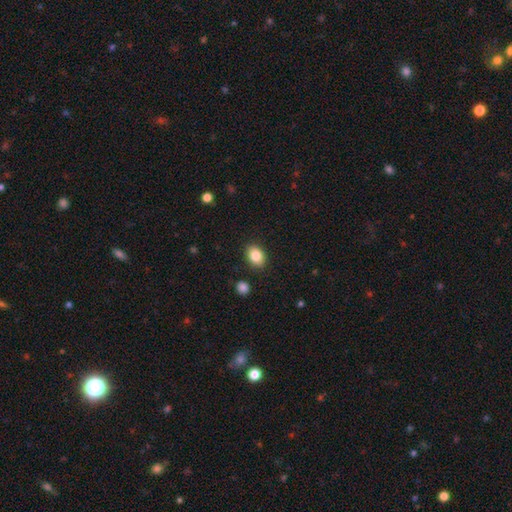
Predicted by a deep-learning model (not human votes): Smooth or featured? Predicted: smooth (p=0.86). How rounded? Predicted: in between (p=0.77). Merging? Predicted: none (p=0.88).